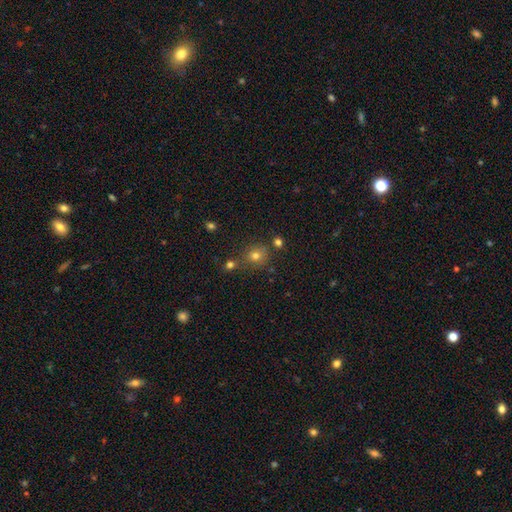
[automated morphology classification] smooth_or_featured: smooth (p=0.68) [alt: star or artifact p=0.23]
how_rounded: round (p=0.86) [alt: in between p=0.13]
merging: none (p=0.74) [alt: merger p=0.13]